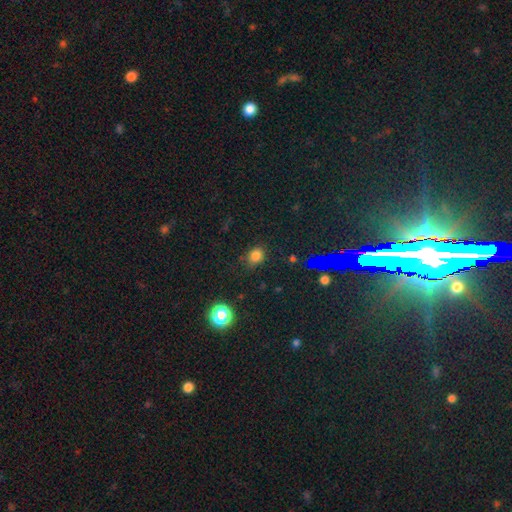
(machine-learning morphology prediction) This is likely a smooth galaxy (76%). How rounded: possibly round (57%). Merging: likely none (79%).